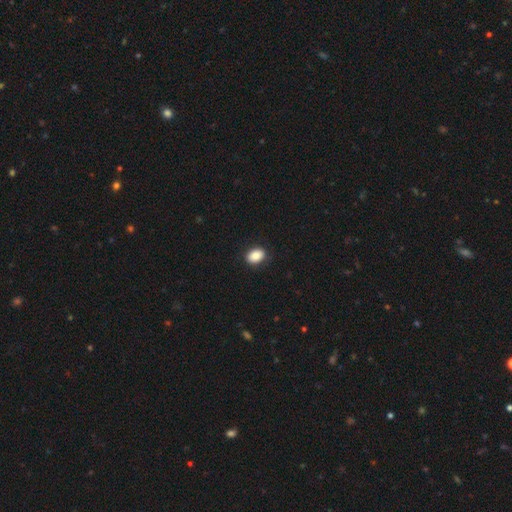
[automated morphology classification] This is clearly a smooth galaxy (86%). How rounded: likely in between (80%). Merging: clearly none (87%).